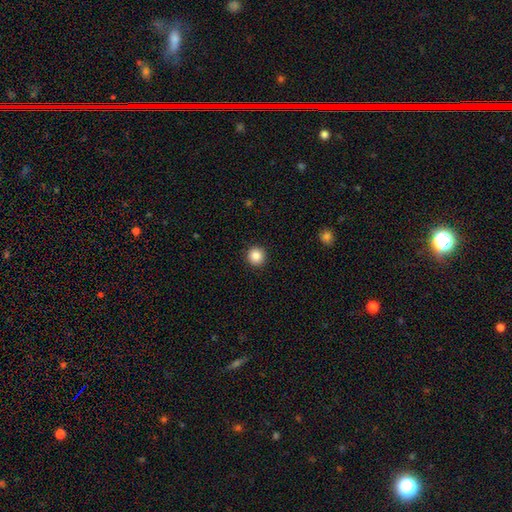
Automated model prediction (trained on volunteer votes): A smooth galaxy with no disk features (86%) that is round (95%). Merging: none (93%).